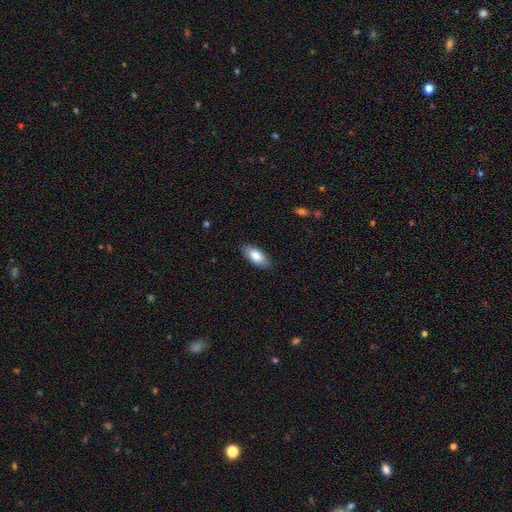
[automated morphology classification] Smooth or featured? smooth (82%)
How rounded? in between (88%)
Merging? none (87%)